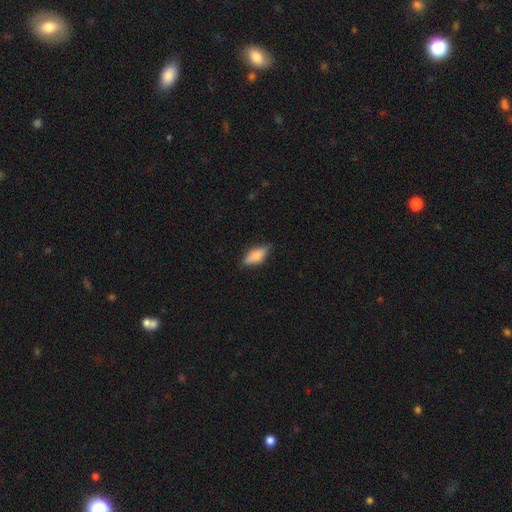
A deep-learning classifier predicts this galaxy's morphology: Smooth or featured? Predicted: smooth (p=0.74). How rounded? Predicted: in between (p=0.74). Merging? Predicted: none (p=0.78).